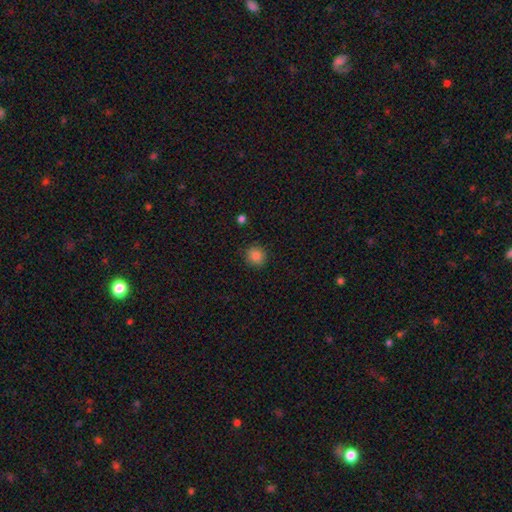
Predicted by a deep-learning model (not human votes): smooth-or-featured: smooth: 86% | star or artifact: 10% | featured or disk: 4%
  how-rounded: round: 91% | in between: 8% | cigar-shaped: 1%
  merging: none: 90% | minor disturbance: 7% | major disturbance: 2% | merger: 1%